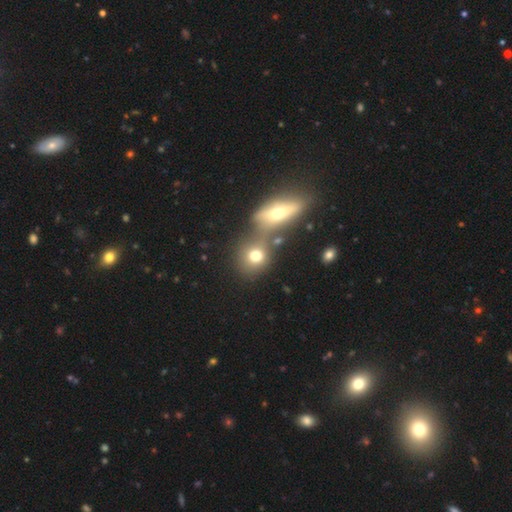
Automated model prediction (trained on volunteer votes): This appears to be a smooth galaxy with no disk features (72%) that is round (74%). Merging: none (45%).